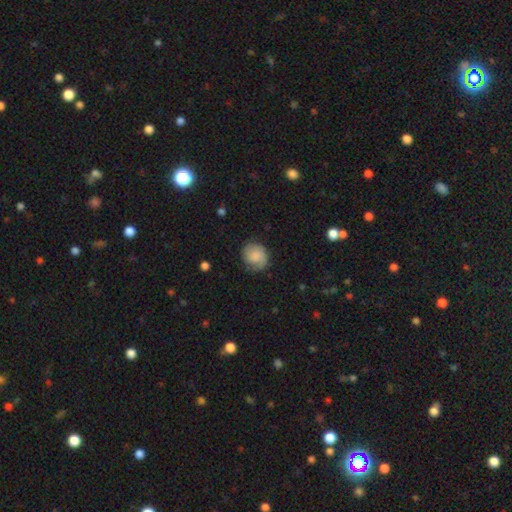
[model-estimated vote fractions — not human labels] A smooth galaxy with no disk features (68%) that is round (76%). Merging: none (74%).